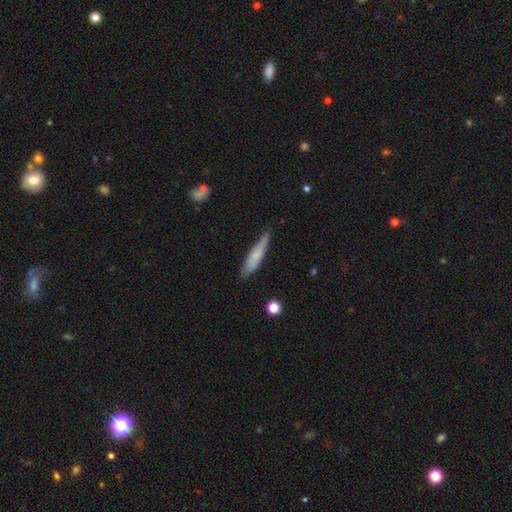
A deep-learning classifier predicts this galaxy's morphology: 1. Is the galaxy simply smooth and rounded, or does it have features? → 69% smooth, 25% featured or disk, 6% star or artifact.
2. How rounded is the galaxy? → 86% cigar-shaped, 12% in between, 2% round.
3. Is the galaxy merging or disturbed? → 74% none, 20% minor disturbance, 3% major disturbance, 2% merger.